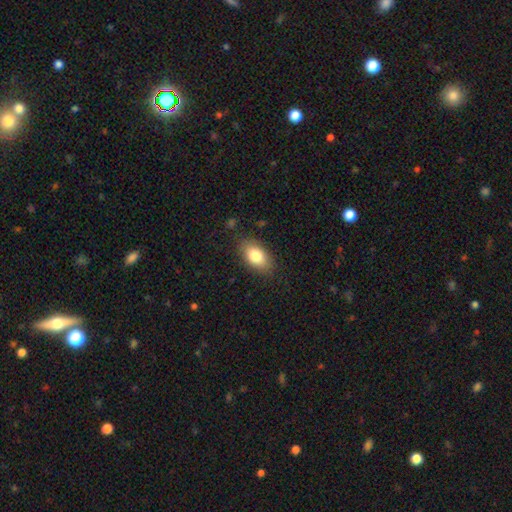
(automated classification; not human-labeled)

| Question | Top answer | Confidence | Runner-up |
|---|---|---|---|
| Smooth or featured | smooth | 81% | featured or disk (12%) |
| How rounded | in between | 90% | round (7%) |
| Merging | none | 83% | minor disturbance (12%) |